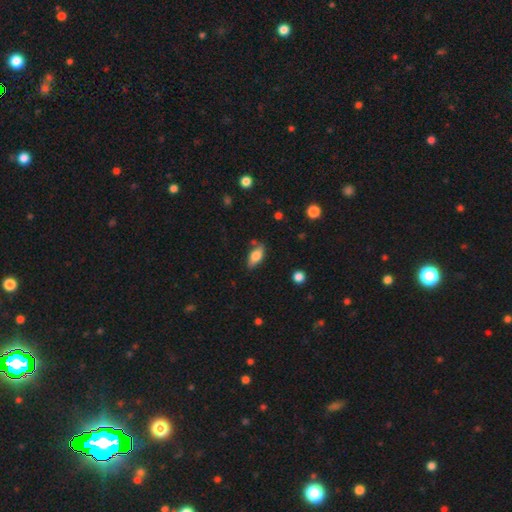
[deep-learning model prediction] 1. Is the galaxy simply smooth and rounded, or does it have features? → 69% smooth, 24% featured or disk, 7% star or artifact.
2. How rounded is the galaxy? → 83% in between, 13% cigar-shaped, 4% round.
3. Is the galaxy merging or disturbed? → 72% none, 19% minor disturbance, 4% merger, 4% major disturbance.